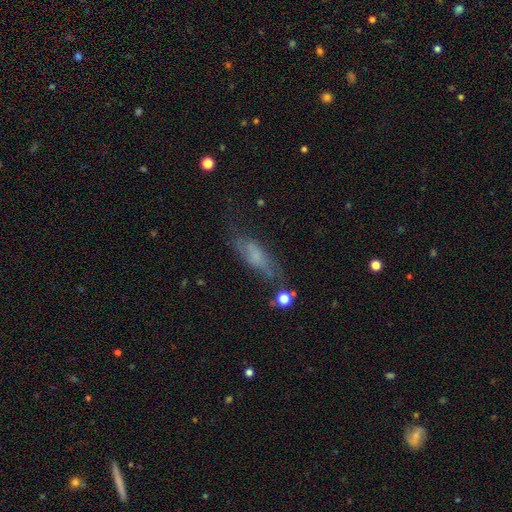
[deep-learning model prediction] Morphology: type=smooth (46%); merging=none (49%).